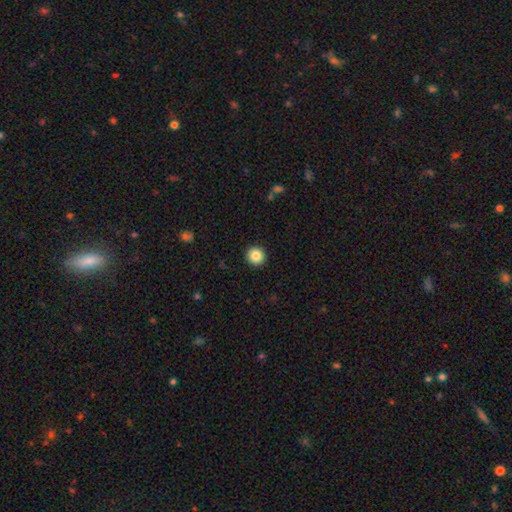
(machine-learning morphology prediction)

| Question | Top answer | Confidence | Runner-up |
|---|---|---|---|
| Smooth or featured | smooth | 86% | star or artifact (9%) |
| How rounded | round | 94% | in between (5%) |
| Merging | none | 93% | minor disturbance (5%) |